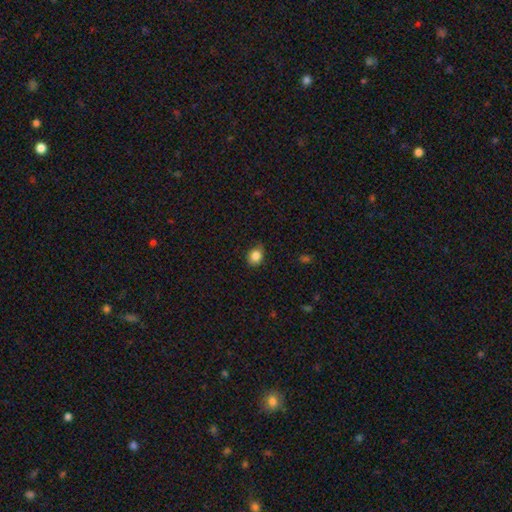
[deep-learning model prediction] Morphology: type=smooth (84%); roundness=round (60%); merging=none (72%).